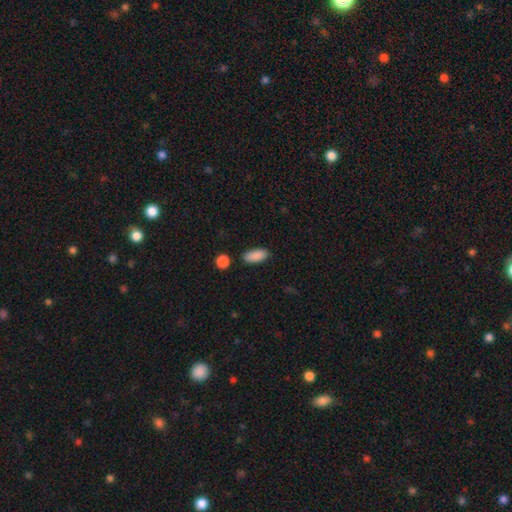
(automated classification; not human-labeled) Overall: smooth (90%). How rounded: in between (85%). Merging: none (85%).